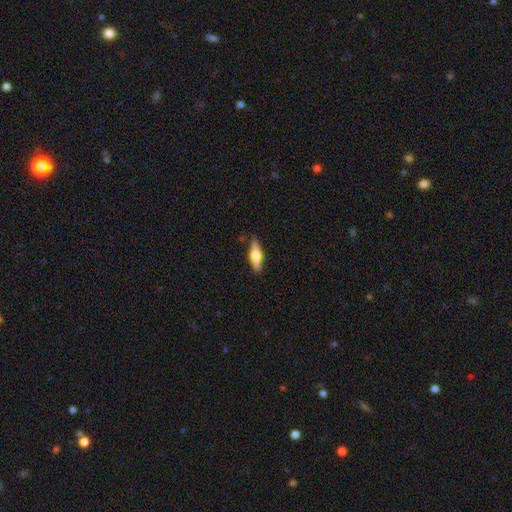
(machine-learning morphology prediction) A smooth galaxy with no disk features (53%) that is in between round and cigar-shaped (49%, tied with cigar-shaped).

Vote fractions:
- Smooth or featured? smooth: 53% / featured or disk: 41% / star or artifact: 6%
- How rounded? in between: 49% (tied) / cigar-shaped: 49% (tied) / round: 3%
- Merging? none: 86% / minor disturbance: 11% / major disturbance: 2% / merger: 1%